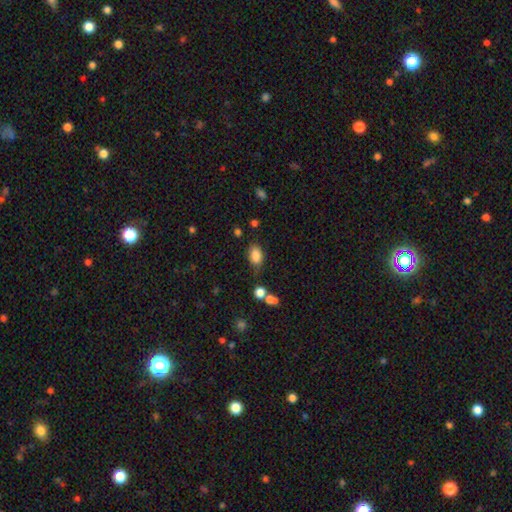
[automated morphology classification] The model was most divided on "merging": none: 64%, minor disturbance: 24%, major disturbance: 7%, merger: 5%. More confident: how rounded — in between (86%); smooth or featured — smooth (84%).